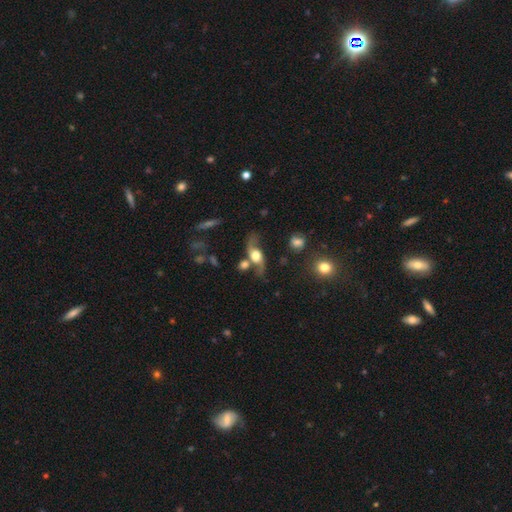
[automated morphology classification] This appears to be a featured or disk galaxy (76%) with no bar (71%), 2 (93%) loose (86%) spiral arms (90%) and a large central bulge (48%). Merging: none (56%).